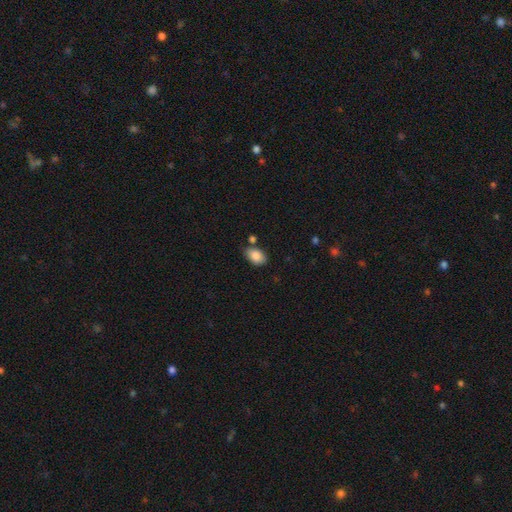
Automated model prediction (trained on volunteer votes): Smooth or featured? smooth (87%)
How rounded? in between (87%)
Merging? none (70%)